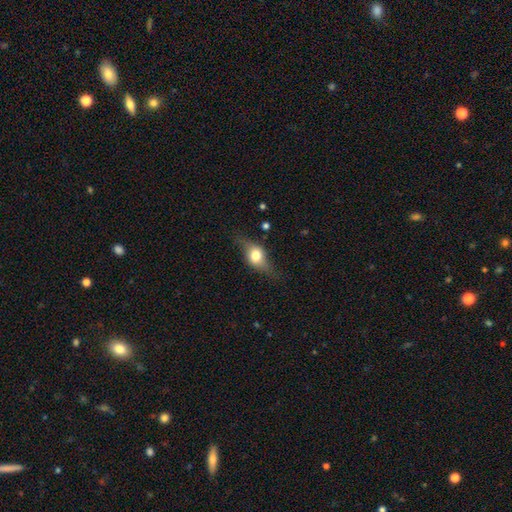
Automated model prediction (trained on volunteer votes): Smooth or featured? Predicted: smooth (p=0.46). Merging? Predicted: none (p=0.68).